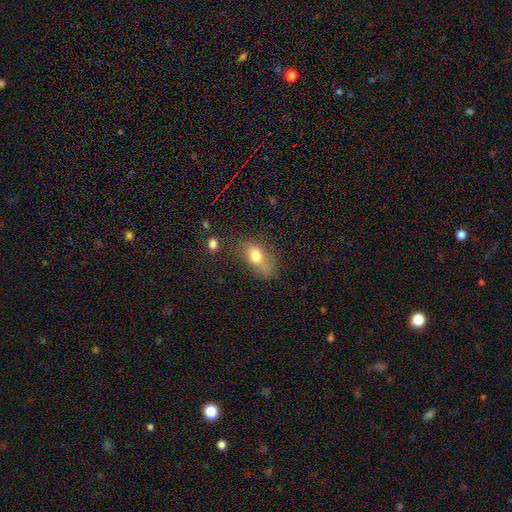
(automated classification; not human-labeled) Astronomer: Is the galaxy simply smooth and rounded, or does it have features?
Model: smooth — 74%.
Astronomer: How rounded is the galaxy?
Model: in between — 83%.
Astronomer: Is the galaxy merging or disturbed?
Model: none — 57%.